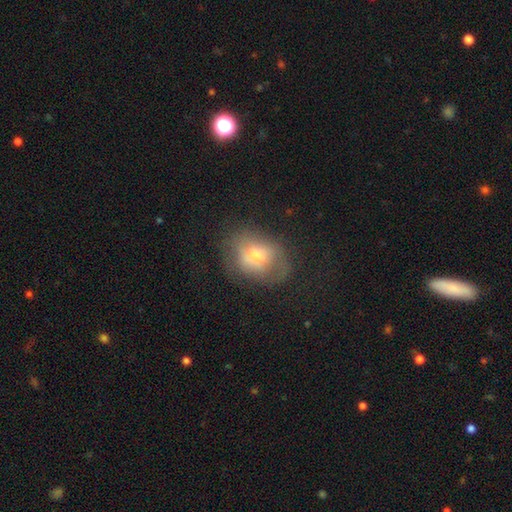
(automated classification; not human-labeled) smooth 65%, featured or disk 25%, star or artifact 10%. Down the decision tree: how rounded — in between (59%); merging — none (49%).